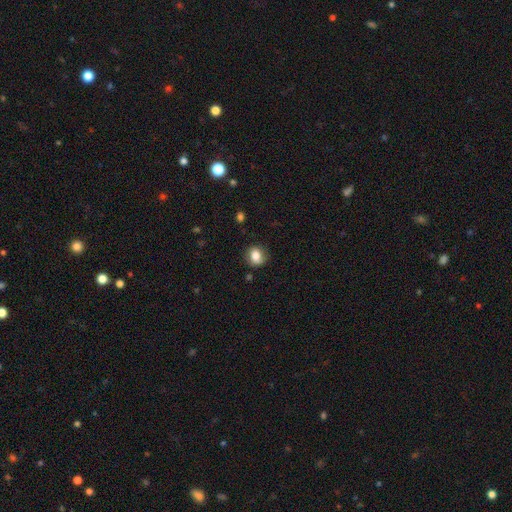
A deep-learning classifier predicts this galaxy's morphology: A smooth galaxy with no disk features (80%) that is round (65%). Merging: none (80%).